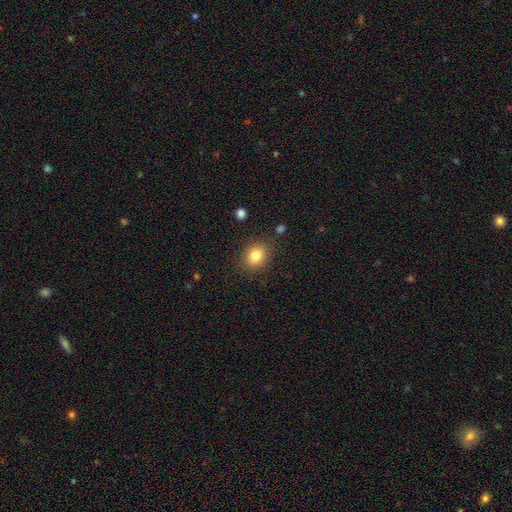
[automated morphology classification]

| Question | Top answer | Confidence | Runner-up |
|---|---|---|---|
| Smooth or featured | smooth | 82% | star or artifact (11%) |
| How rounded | round | 65% | in between (34%) |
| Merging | none | 86% | minor disturbance (9%) |